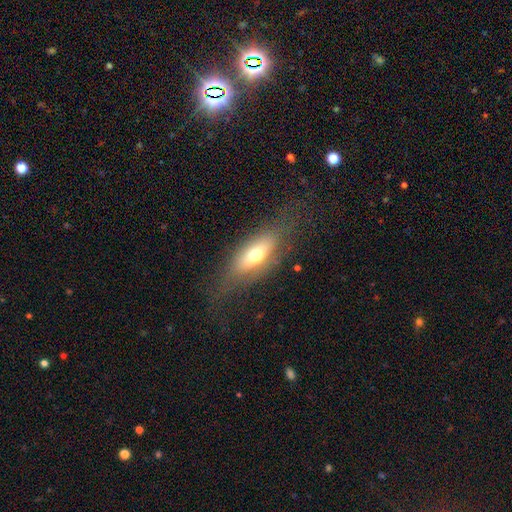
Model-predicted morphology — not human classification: Overall: smooth (59%; featured or disk 33%). How rounded: in between (70%). Merging: none (68%).